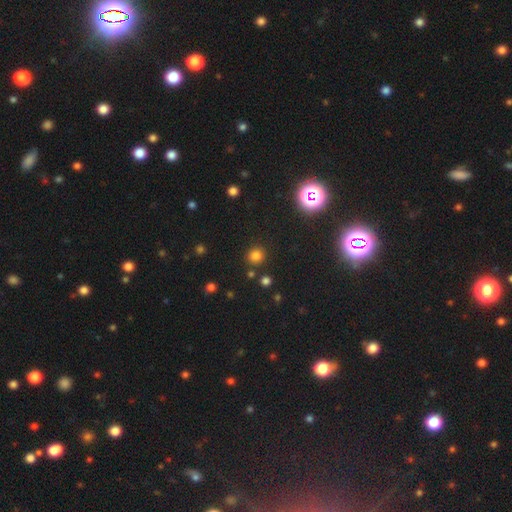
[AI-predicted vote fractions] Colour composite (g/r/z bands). It shows a smooth galaxy with no disk features (77%) that is round (90%). Merging: none (85%).